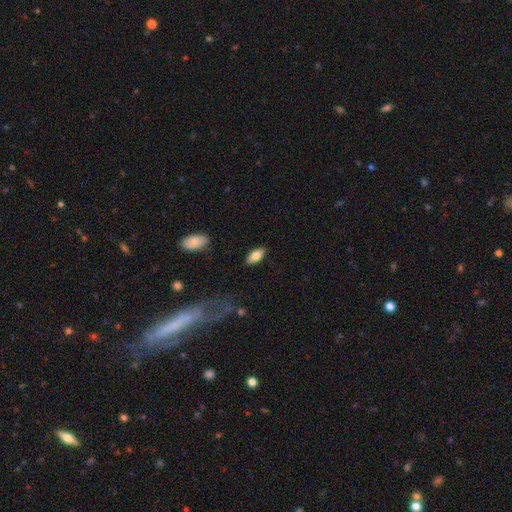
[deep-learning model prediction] Smooth or featured?
  - smooth: 79% *
  - featured or disk: 14%
  - star or artifact: 7%
How rounded?
  - in between: 90% *
  - cigar-shaped: 7%
  - round: 3%
Merging?
  - none: 87% *
  - minor disturbance: 9%
  - major disturbance: 2%
  - merger: 1%